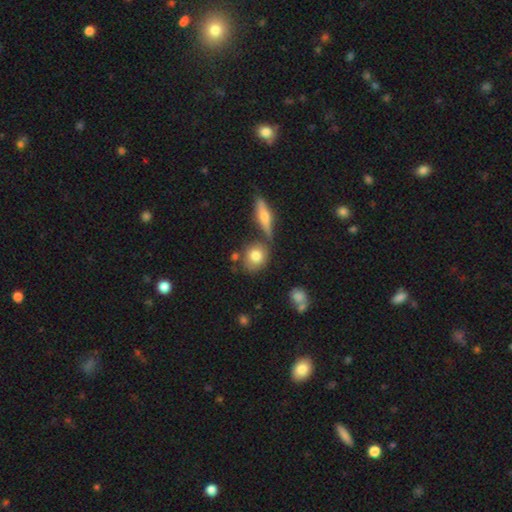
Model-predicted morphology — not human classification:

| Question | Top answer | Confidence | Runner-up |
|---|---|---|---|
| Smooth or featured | smooth | 77% | featured or disk (14%) |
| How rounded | round | 66% | in between (31%) |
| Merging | none | 66% | merger (16%) |